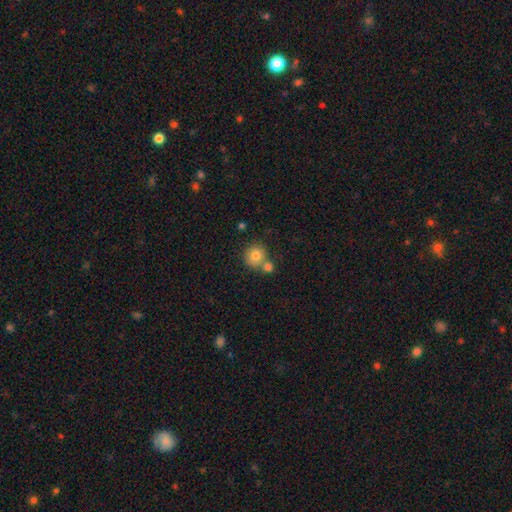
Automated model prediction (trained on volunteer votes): Smooth or featured? smooth (79%)
How rounded? round (88%)
Merging? none (52%)